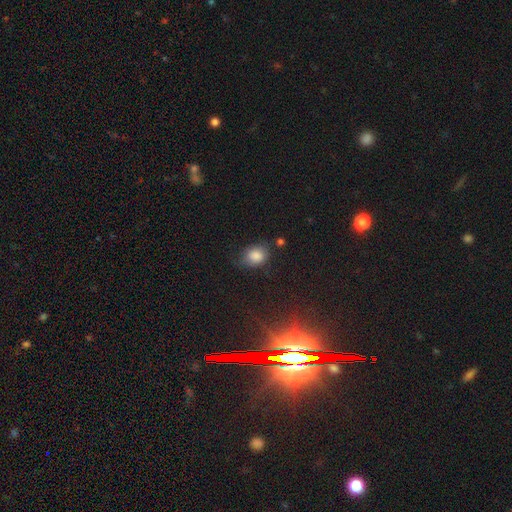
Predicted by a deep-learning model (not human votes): Smooth or featured: smooth — 83% (star or artifact — 10%)
How rounded: in between — 60% (round — 39%)
Merging: none — 56% (minor disturbance — 30%)